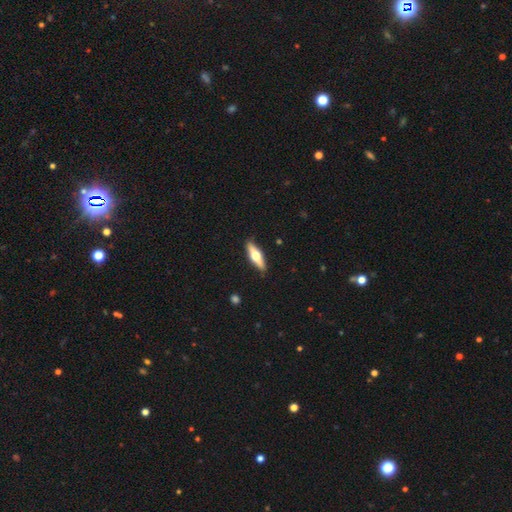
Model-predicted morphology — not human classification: Smooth or featured? featured or disk (54%)
Edge-on disk? yes (93%)
Merging? none (90%)